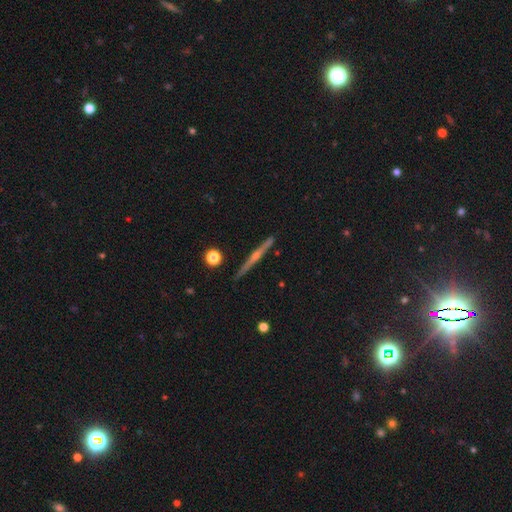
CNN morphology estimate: Smooth or featured: featured or disk — 76% (smooth — 18%)
Edge-on disk: yes — 98% (no — 2%)
Edge-on bulge: rounded — 76% (none — 19%)
Merging: none — 90% (minor disturbance — 7%)